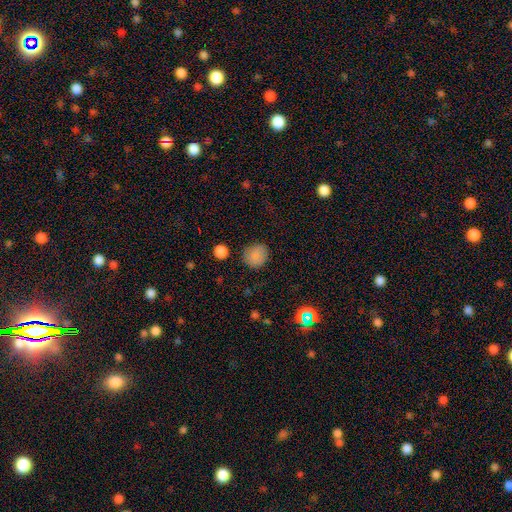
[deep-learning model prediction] This is clearly a smooth galaxy (84%). How rounded: clearly round (83%). Merging: clearly none (85%).